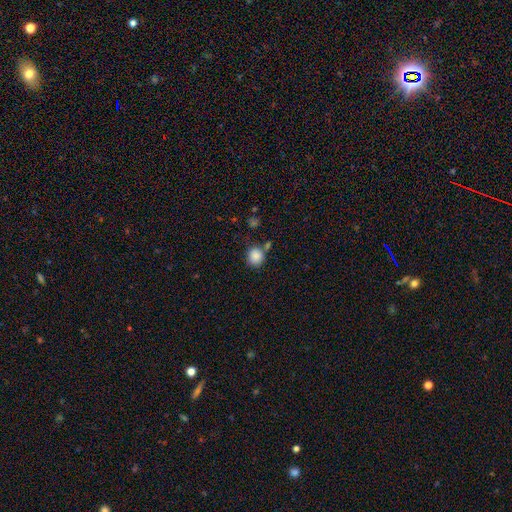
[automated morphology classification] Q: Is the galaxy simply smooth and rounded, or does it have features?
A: smooth — 87%.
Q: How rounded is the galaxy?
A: round — 86%.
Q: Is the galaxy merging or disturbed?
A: none — 72%.